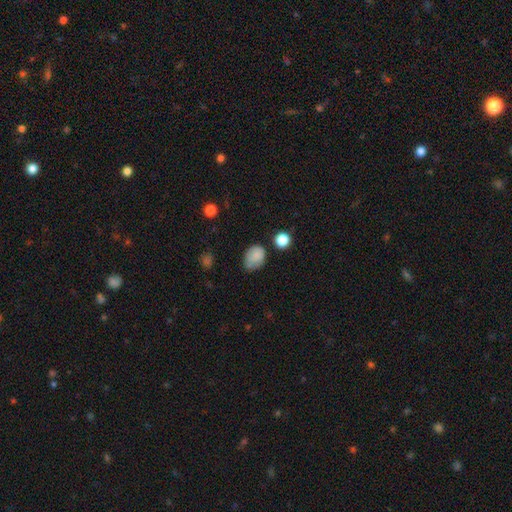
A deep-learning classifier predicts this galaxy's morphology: Smooth or featured: smooth — 82% (star or artifact — 10%)
How rounded: in between — 64% (round — 35%)
Merging: none — 52% (minor disturbance — 35%)